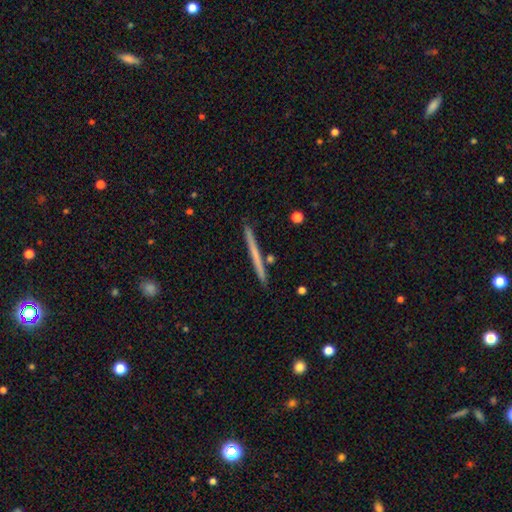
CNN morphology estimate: Q: Smooth or featured?
A: smooth (49%); runner-up: featured or disk (45%)
Q: Merging?
A: none (92%); runner-up: minor disturbance (6%)